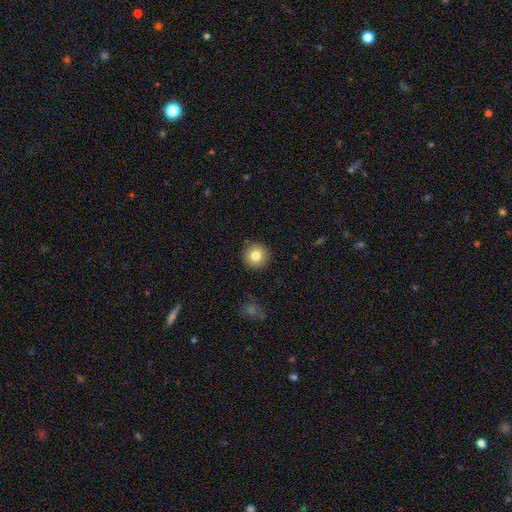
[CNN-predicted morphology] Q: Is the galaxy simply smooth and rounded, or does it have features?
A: smooth — 81%.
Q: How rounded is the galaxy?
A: round — 95%.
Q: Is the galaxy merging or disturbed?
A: none — 91%.